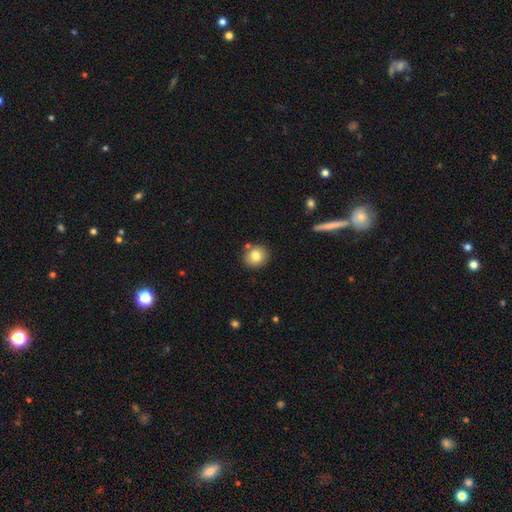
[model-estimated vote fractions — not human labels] A smooth galaxy with no disk features (81%) that is round (79%).

Vote fractions:
- Smooth or featured? smooth: 81% / featured or disk: 10% / star or artifact: 9%
- How rounded? round: 79% / in between: 20% / cigar-shaped: 1%
- Merging? none: 83% / minor disturbance: 9% / merger: 6% / major disturbance: 2%